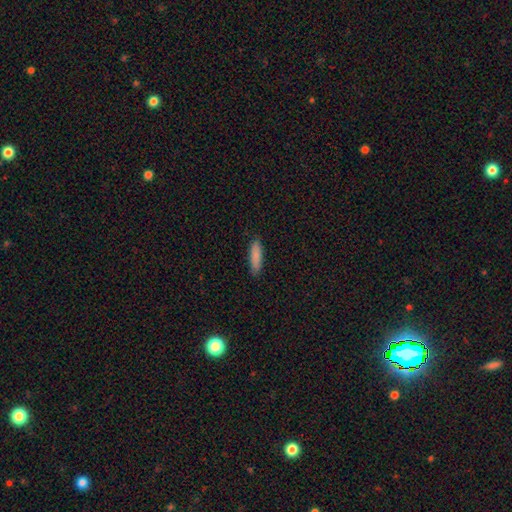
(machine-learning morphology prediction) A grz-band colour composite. It shows a smooth galaxy with no disk features (87%) that is cigar-shaped (65%). Merging: none (87%).